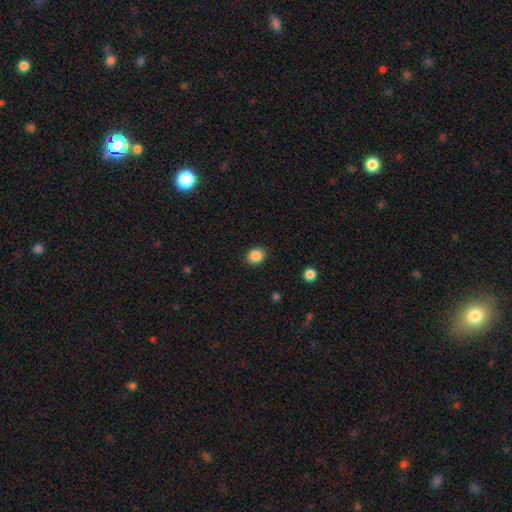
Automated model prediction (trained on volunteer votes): Overall: smooth (87%). How rounded: round (63%; in between 36%). Merging: none (88%).